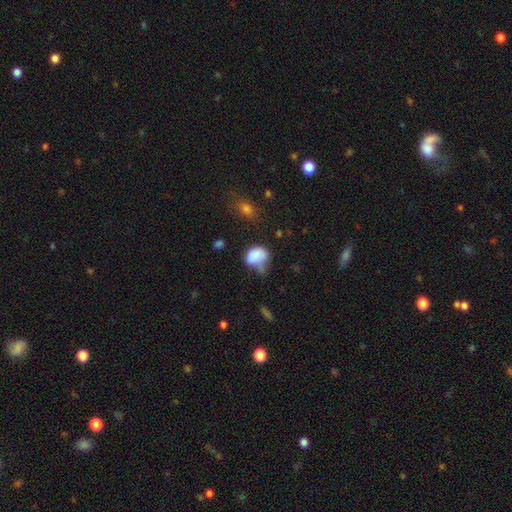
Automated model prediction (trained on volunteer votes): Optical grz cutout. It shows a smooth galaxy with no disk features (78%) that is in between round and cigar-shaped (61%). Merging: minor disturbance (33%, tied with none).